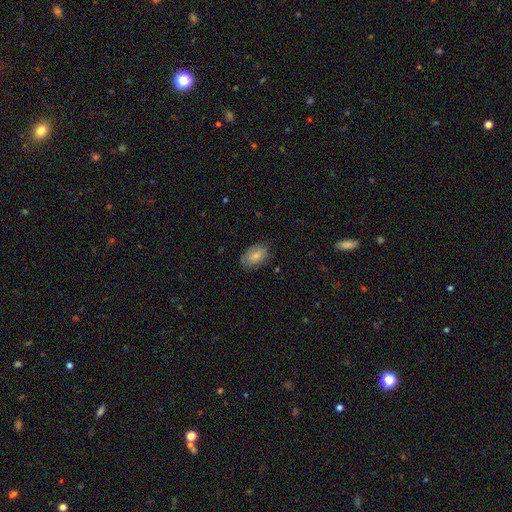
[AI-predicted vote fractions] Morphology: type=smooth (79%); roundness=in between (89%); merging=none (75%).